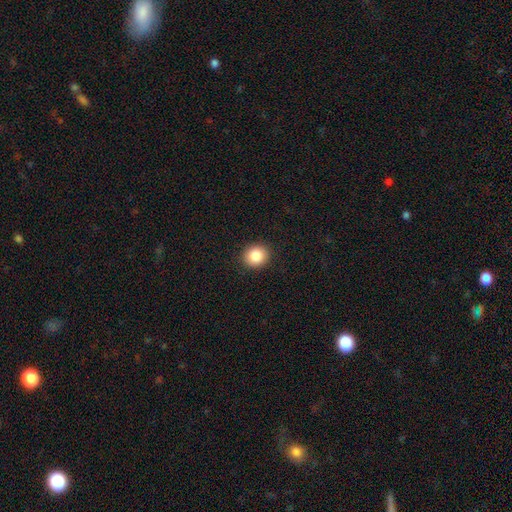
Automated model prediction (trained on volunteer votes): A smooth galaxy with no disk features (86%) that is round (81%). Merging: none (91%).